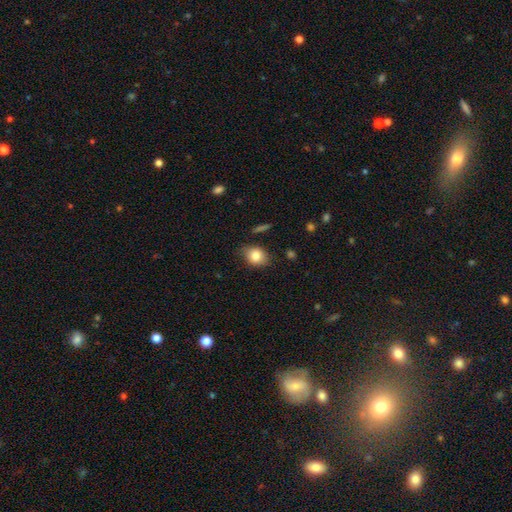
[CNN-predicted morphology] The model was most divided on "how rounded": in between: 58%, round: 41%, cigar-shaped: 1%. More confident: smooth or featured — smooth (82%); merging — none (75%).